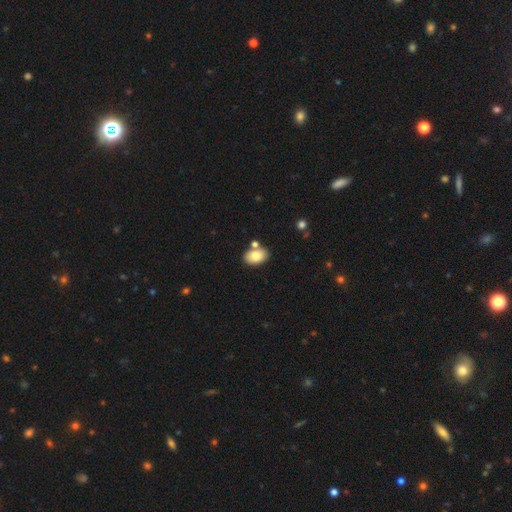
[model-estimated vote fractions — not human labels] This appears to be a smooth galaxy with no disk features (81%) that is in between round and cigar-shaped (88%). Merging: none (71%).